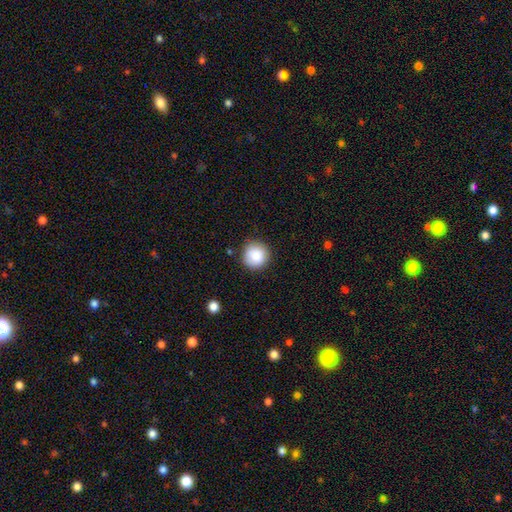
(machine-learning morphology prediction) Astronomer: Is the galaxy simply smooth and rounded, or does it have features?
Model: smooth — 87%.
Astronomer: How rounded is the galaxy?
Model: round — 94%.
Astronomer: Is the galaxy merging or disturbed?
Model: none — 87%.